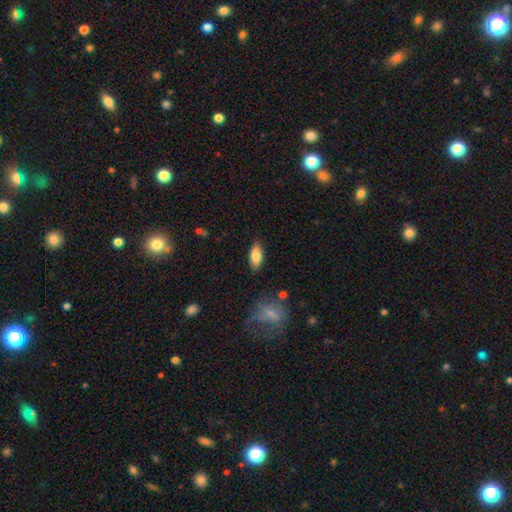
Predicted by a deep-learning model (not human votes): Smooth or featured? smooth (80%)
How rounded? in between (87%)
Merging? none (84%)